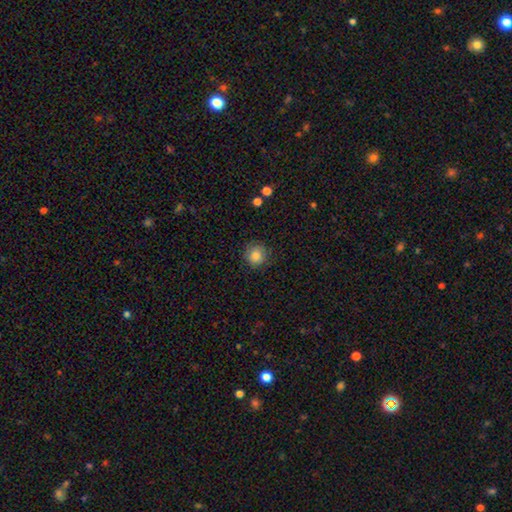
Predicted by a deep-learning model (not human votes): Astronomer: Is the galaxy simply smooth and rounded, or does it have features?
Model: smooth — 84%.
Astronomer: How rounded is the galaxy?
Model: round — 93%.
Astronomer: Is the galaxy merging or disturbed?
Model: none — 86%.